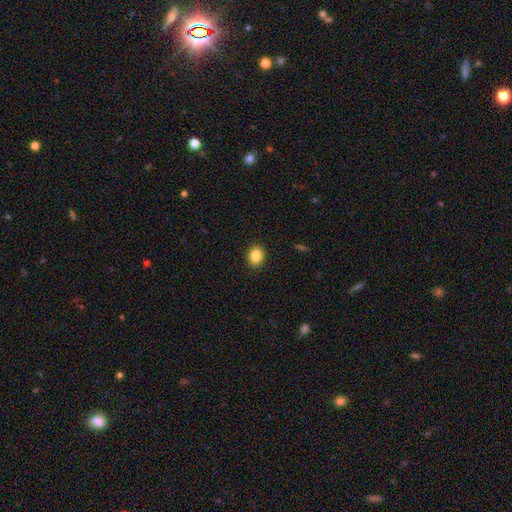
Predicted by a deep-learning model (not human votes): Smooth or featured?
  - smooth: 86% *
  - star or artifact: 10%
  - featured or disk: 5%
How rounded?
  - round: 57% *
  - in between: 42%
  - cigar-shaped: 1%
Merging?
  - none: 90% *
  - minor disturbance: 7%
  - major disturbance: 2%
  - merger: 1%